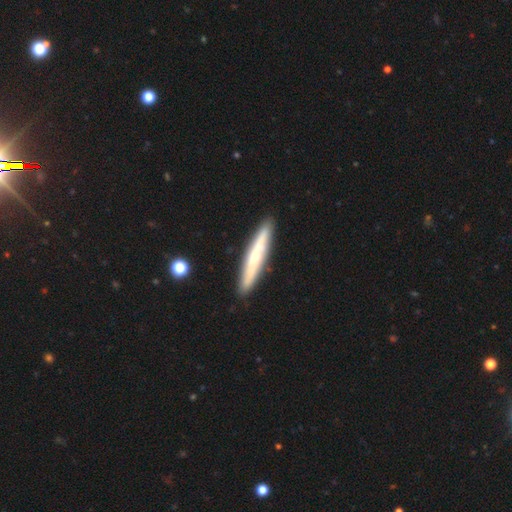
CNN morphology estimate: Smooth or featured? smooth (49%)
Merging? none (90%)